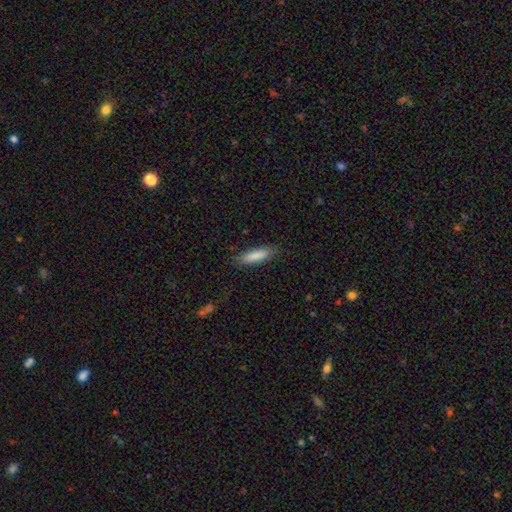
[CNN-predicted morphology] Q: Smooth or featured?
A: smooth (86%); runner-up: featured or disk (8%)
Q: How rounded?
A: cigar-shaped (70%); runner-up: in between (29%)
Q: Merging?
A: none (84%); runner-up: minor disturbance (12%)